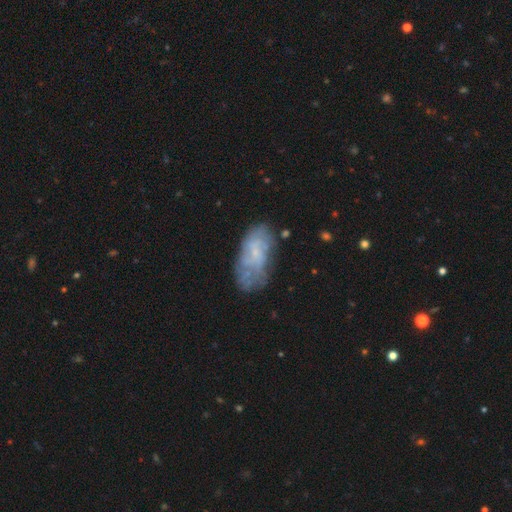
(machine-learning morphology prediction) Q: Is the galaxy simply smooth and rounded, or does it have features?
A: smooth — 48%.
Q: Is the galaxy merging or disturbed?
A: none — 59%.